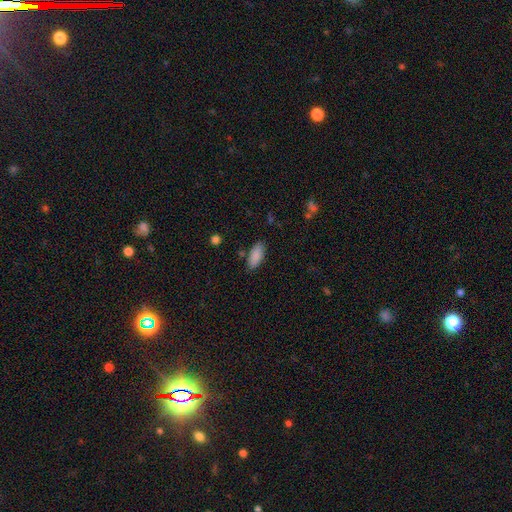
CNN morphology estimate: Q: Smooth or featured?
A: smooth (88%); runner-up: star or artifact (7%)
Q: How rounded?
A: in between (86%); runner-up: cigar-shaped (12%)
Q: Merging?
A: none (81%); runner-up: minor disturbance (13%)